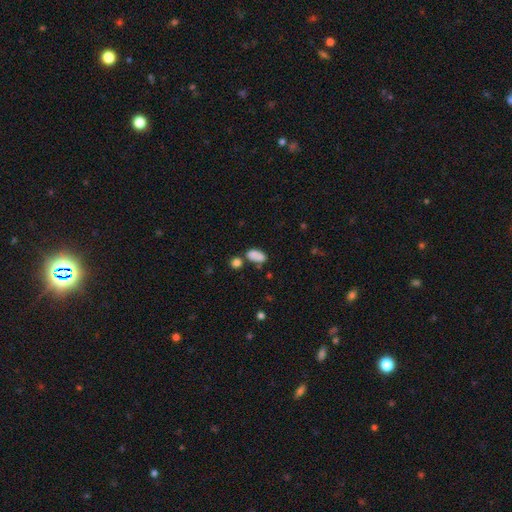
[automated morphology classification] type=smooth (77%); roundness=in between (88%); merging=none (45%).